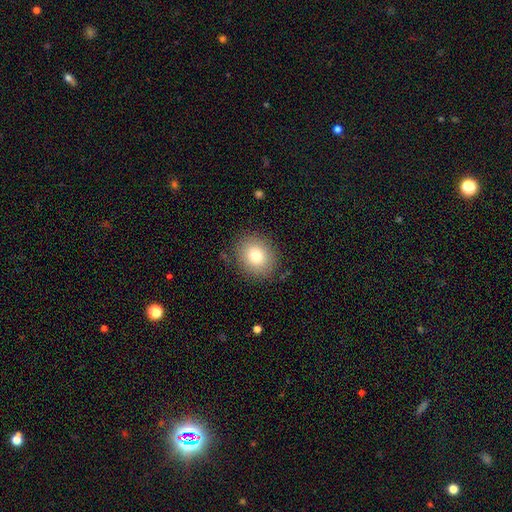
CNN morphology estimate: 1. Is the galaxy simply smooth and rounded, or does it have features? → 79% smooth, 11% featured or disk, 10% star or artifact.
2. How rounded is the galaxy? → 69% round, 30% in between, 1% cigar-shaped.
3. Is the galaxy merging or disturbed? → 85% none, 10% minor disturbance, 3% major disturbance, 1% merger.